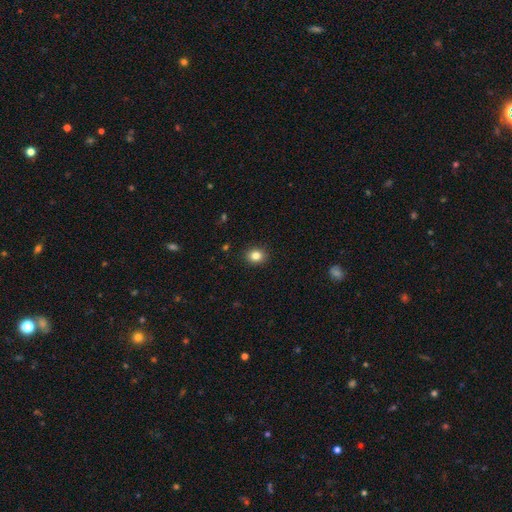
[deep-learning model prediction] This appears to be a smooth galaxy with no disk features (84%) that is round (61%). Merging: none (91%).